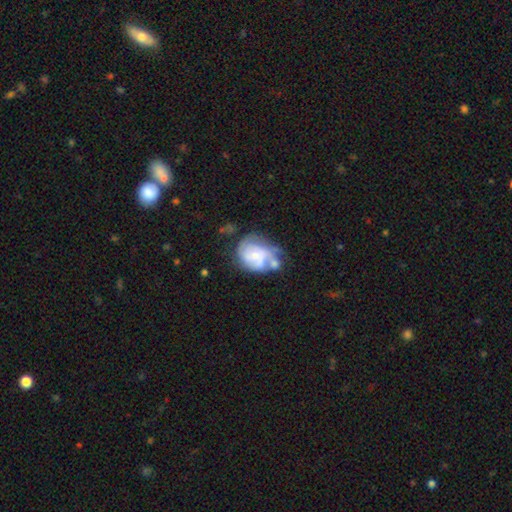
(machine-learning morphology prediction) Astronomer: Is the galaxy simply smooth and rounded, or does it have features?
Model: featured or disk — 65%.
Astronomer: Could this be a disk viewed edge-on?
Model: no — 98%.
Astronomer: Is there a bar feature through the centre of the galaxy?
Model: no — 74%.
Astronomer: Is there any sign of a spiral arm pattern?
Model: yes — 74%.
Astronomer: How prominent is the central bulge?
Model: small — 58%.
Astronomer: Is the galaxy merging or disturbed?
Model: none — 32% (runner-up: minor disturbance, 24%).